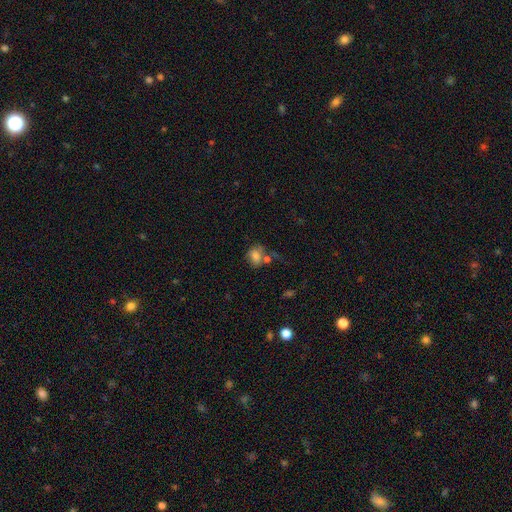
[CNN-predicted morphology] Overall: smooth (73%). How rounded: round (51%; in between 48%). Merging: none (44%; merger 27%).